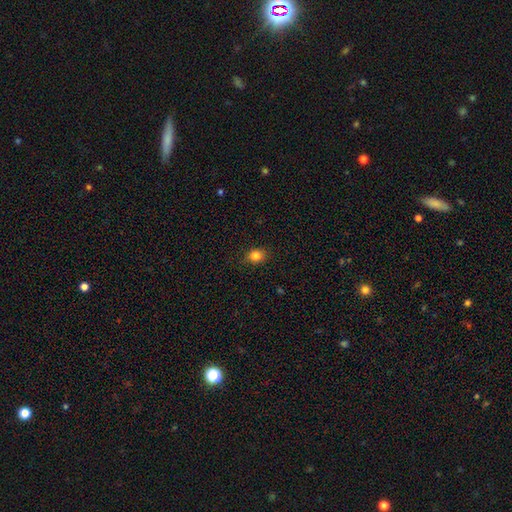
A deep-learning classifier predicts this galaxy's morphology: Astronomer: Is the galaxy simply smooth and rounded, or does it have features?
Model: smooth — 83%.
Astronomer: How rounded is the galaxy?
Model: round — 62% (runner-up: in between, 37%).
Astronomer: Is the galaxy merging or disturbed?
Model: none — 85%.